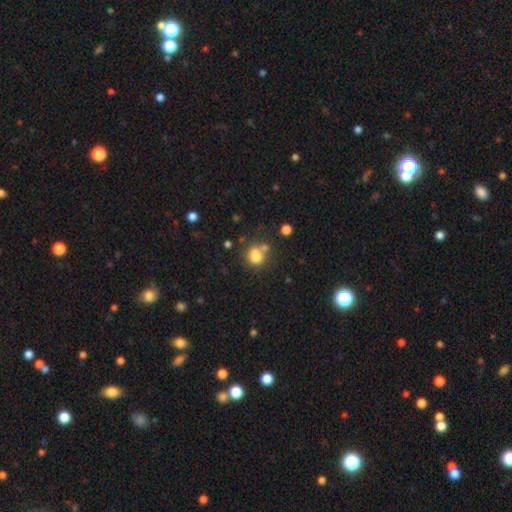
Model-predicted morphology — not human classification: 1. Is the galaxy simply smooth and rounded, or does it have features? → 79% smooth, 13% star or artifact, 9% featured or disk.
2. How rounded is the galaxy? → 67% round, 32% in between, 1% cigar-shaped.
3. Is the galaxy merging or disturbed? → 50% none, 28% merger, 15% minor disturbance, 7% major disturbance.